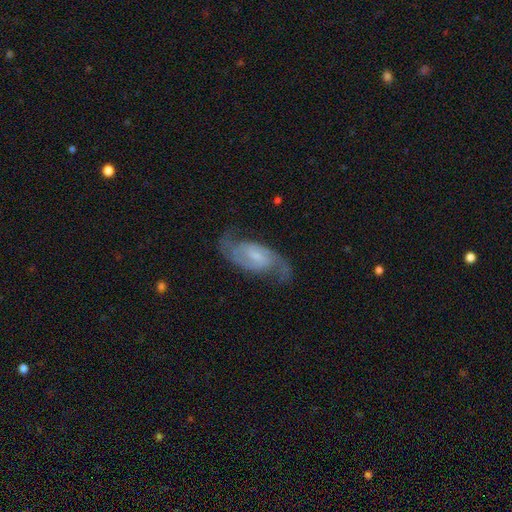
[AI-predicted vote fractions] smooth-or-featured: featured or disk: 86% | smooth: 8% | star or artifact: 6%
  disk-edge-on: no: 96% | yes: 4%
    bar: weak: 51% | no: 33% | strong: 15%
    has-spiral-arms: yes: 97% | no: 3%
      spiral-winding: medium: 53% | tight: 25% | loose: 22%
      spiral-arm-count: 2: 91% | can't tell: 4% | 3: 2% | 1: 1% | 4: 1% | more than 4: 1%
    bulge-size: small: 61% | moderate: 22% | none: 14% | large: 2% | dominant: 1%
  merging: none: 76% | minor disturbance: 16% | major disturbance: 7% | merger: 1%